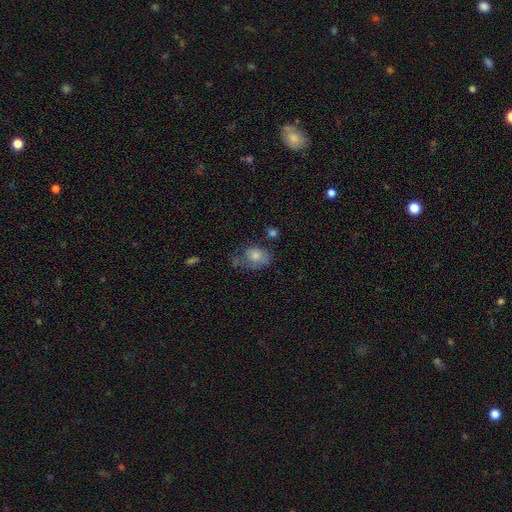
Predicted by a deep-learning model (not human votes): smooth_or_featured: smooth (p=0.70) [alt: featured or disk p=0.21]
how_rounded: in between (p=0.70) [alt: round p=0.29]
merging: none (p=0.35) [alt: minor disturbance p=0.31]